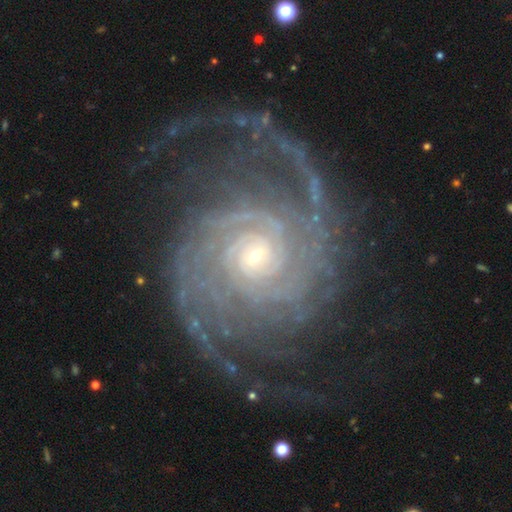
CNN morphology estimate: This appears to be a featured or disk galaxy (92%) with no bar (63%), 2 (40%) tight (67%) spiral arms (98%) and a small central bulge (74%). Merging: none (71%).